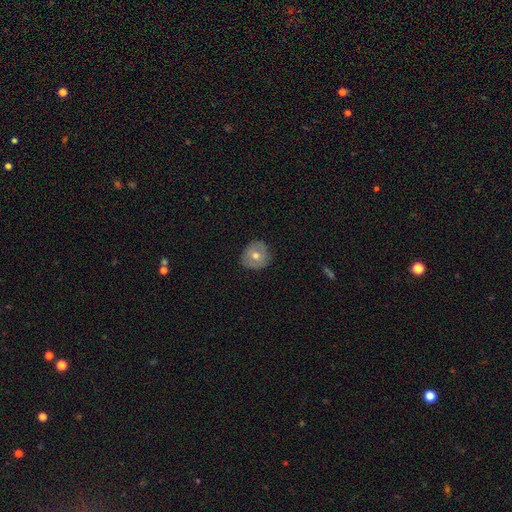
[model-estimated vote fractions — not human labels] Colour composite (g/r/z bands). It shows a smooth galaxy with no disk features (56%) that is round (88%). Merging: none (83%).